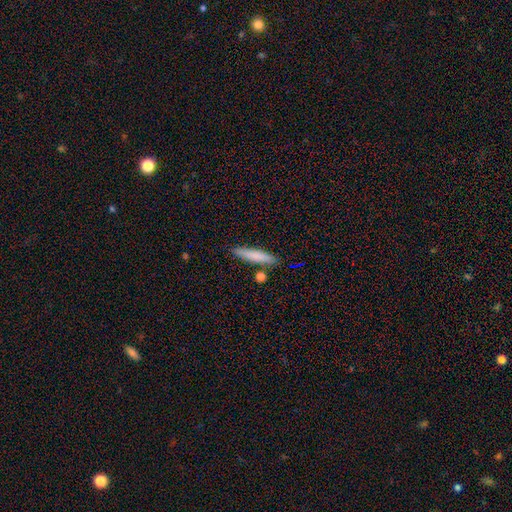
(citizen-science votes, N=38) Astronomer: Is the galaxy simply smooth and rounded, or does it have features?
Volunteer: smooth — 74%.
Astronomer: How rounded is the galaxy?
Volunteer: cigar-shaped — 86%.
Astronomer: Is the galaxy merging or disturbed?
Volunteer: none — 80%.